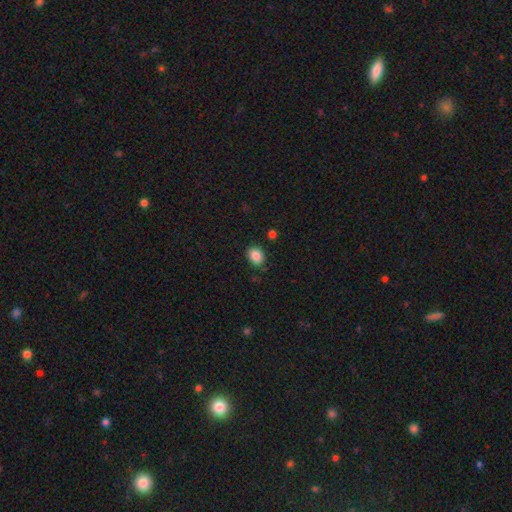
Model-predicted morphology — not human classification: This is clearly a smooth galaxy (87%). How rounded: possibly in between (54%). Merging: clearly none (83%).